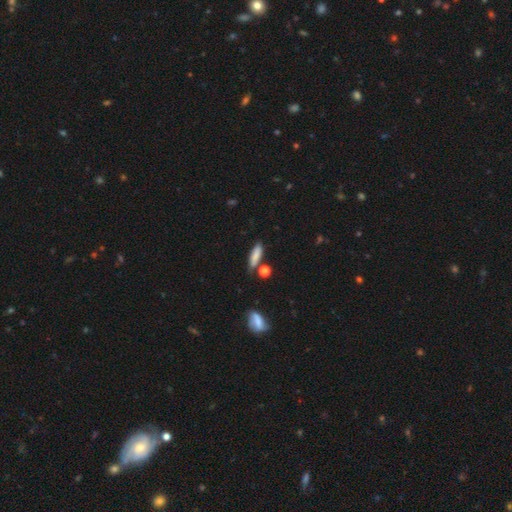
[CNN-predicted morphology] The model was most divided on "how rounded": cigar-shaped: 57%, in between: 38%, round: 4%. More confident: smooth or featured — smooth (80%); merging — none (66%).